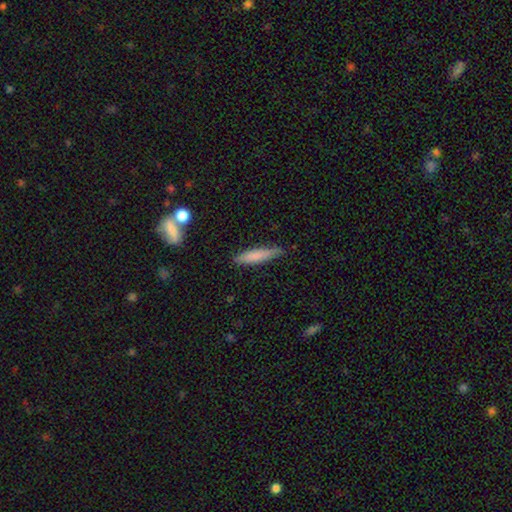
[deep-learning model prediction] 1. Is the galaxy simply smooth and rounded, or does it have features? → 75% smooth, 19% featured or disk, 6% star or artifact.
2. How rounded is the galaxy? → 86% cigar-shaped, 13% in between, 2% round.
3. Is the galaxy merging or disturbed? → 75% none, 18% minor disturbance, 4% major disturbance, 3% merger.